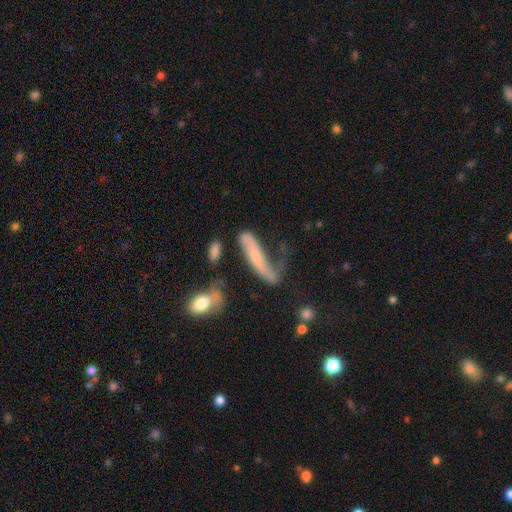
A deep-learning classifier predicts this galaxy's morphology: A featured or disk galaxy (56%). Merging: major disturbance (34%).